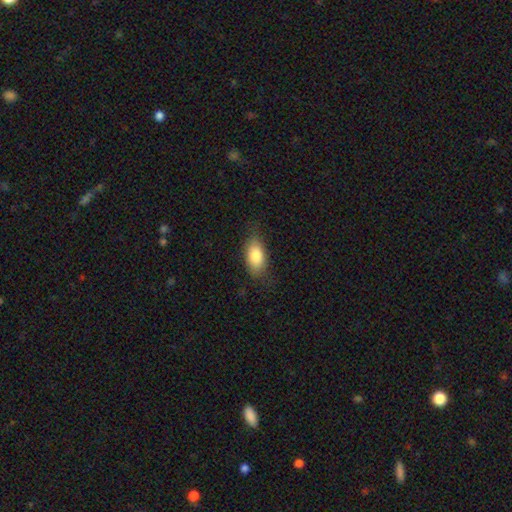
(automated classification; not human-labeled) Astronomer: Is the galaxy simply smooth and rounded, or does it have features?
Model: smooth — 83%.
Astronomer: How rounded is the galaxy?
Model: in between — 90%.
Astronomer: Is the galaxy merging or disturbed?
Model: none — 75%.